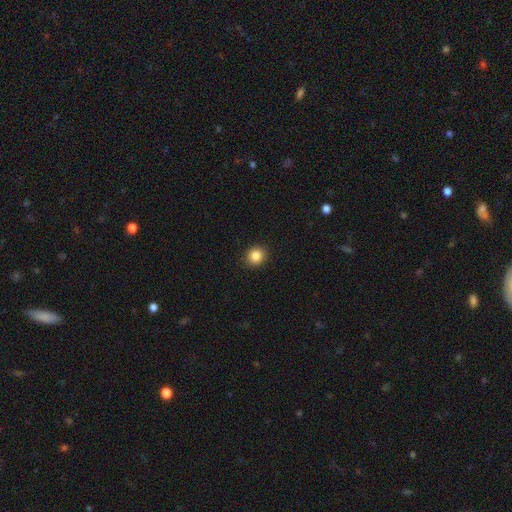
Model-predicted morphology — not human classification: A smooth galaxy with no disk features (85%) that is round (85%). Merging: none (91%).